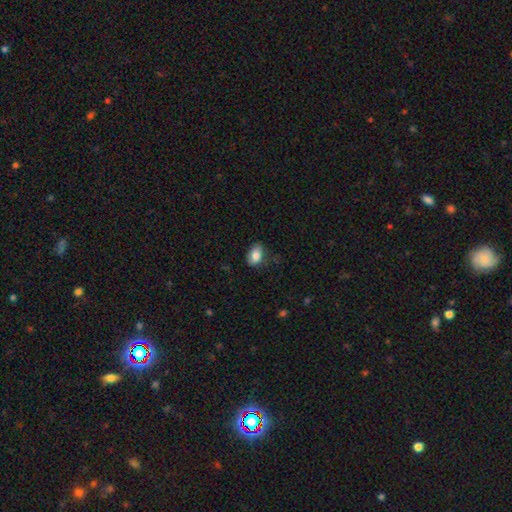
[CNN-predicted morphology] Overall: smooth (85%). How rounded: in between (88%). Merging: none (66%; minor disturbance 26%).